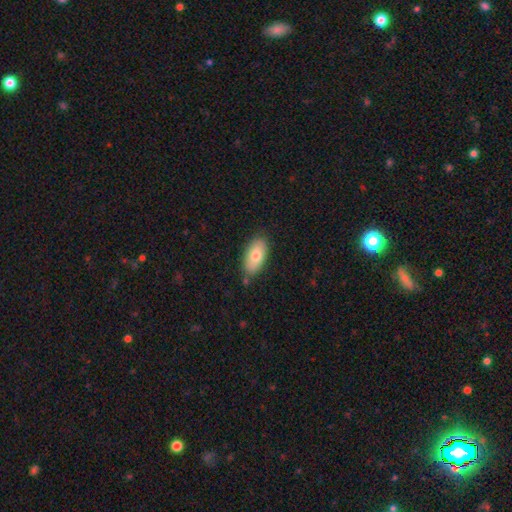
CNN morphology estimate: Smooth or featured?
  - smooth: 75% *
  - featured or disk: 18%
  - star or artifact: 7%
How rounded?
  - in between: 91% *
  - cigar-shaped: 5%
  - round: 4%
Merging?
  - none: 79% *
  - minor disturbance: 15%
  - merger: 3%
  - major disturbance: 3%